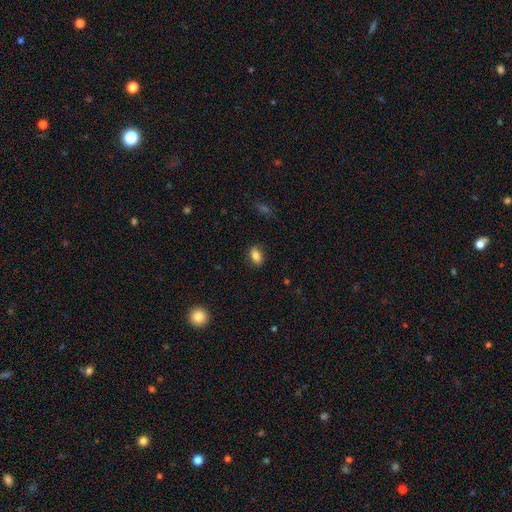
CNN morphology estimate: Smooth or featured?
  - smooth: 83% *
  - star or artifact: 9%
  - featured or disk: 8%
How rounded?
  - in between: 86% *
  - round: 11%
  - cigar-shaped: 3%
Merging?
  - none: 81% *
  - minor disturbance: 14%
  - major disturbance: 3%
  - merger: 1%